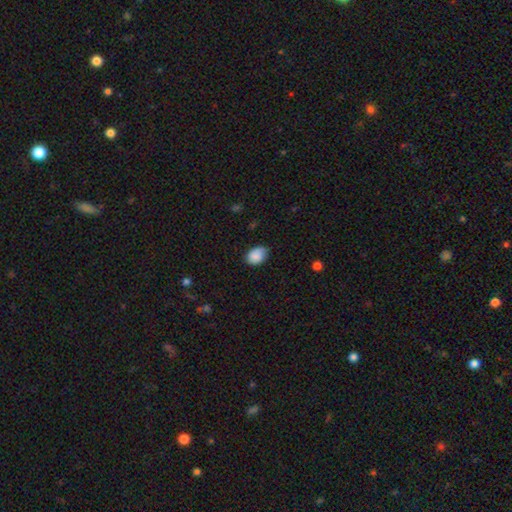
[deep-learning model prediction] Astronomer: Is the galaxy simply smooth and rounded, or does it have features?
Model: smooth — 86%.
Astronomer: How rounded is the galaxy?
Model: in between — 76%.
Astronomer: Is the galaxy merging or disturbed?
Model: none — 64%.